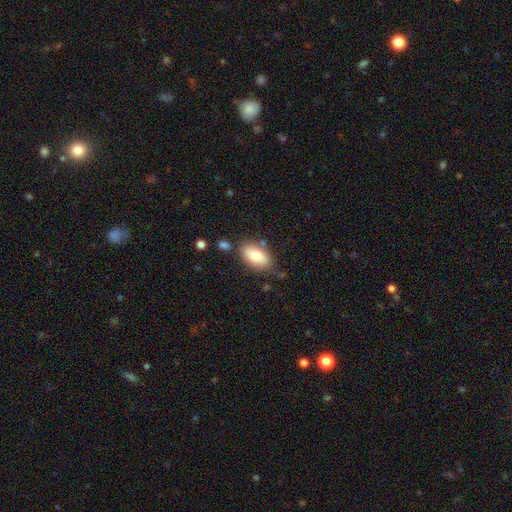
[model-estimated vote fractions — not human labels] The model was most divided on "merging": none: 75%, minor disturbance: 15%, merger: 6%, major disturbance: 4%. More confident: how rounded — in between (92%); smooth or featured — smooth (79%).